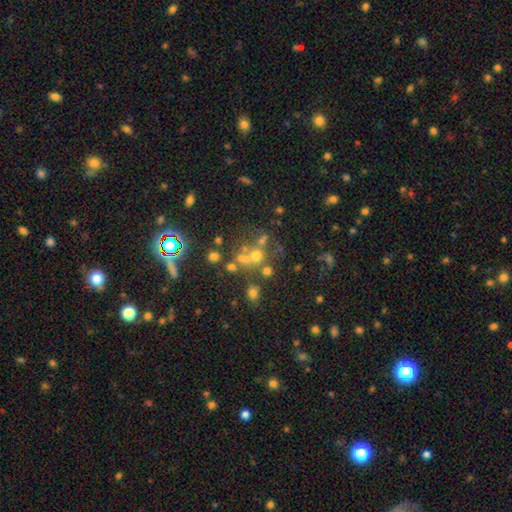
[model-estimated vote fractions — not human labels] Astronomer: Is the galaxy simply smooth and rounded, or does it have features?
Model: smooth — 46% (runner-up: star or artifact, 32%).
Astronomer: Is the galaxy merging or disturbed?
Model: none — 50% (runner-up: merger, 32%).